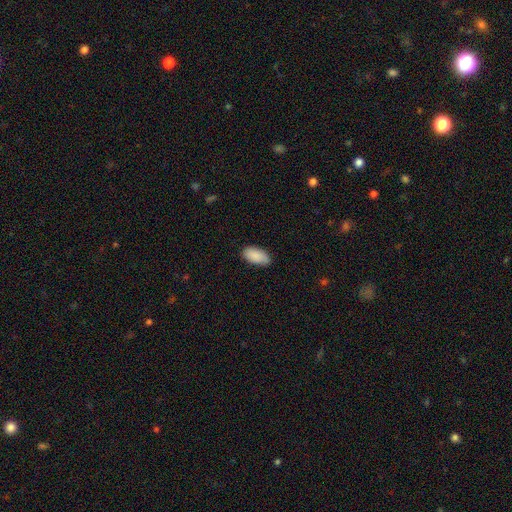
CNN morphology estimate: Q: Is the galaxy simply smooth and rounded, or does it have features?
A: smooth — 88%.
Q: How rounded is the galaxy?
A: in between — 95%.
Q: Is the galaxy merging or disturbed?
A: none — 79%.